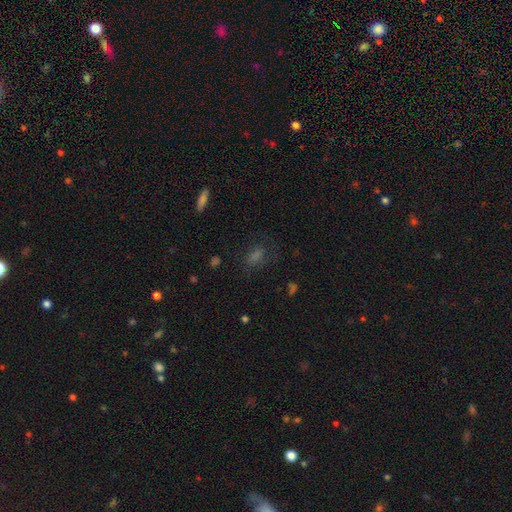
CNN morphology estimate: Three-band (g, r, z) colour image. It shows a smooth galaxy with no disk features (49%). Merging: none (68%).